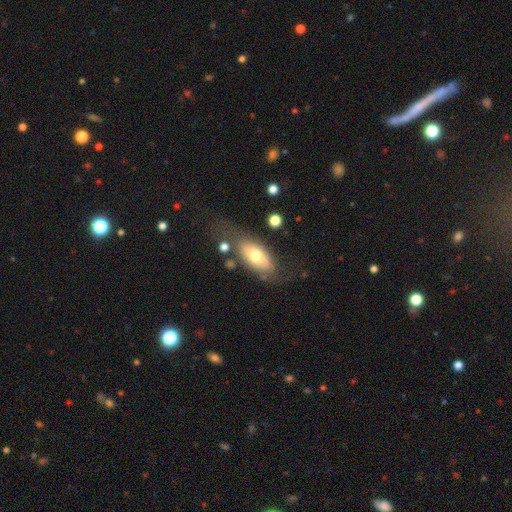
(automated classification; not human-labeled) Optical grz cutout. It shows a smooth galaxy with no disk features (58%) that is in between round and cigar-shaped (86%). Merging: none (56%).